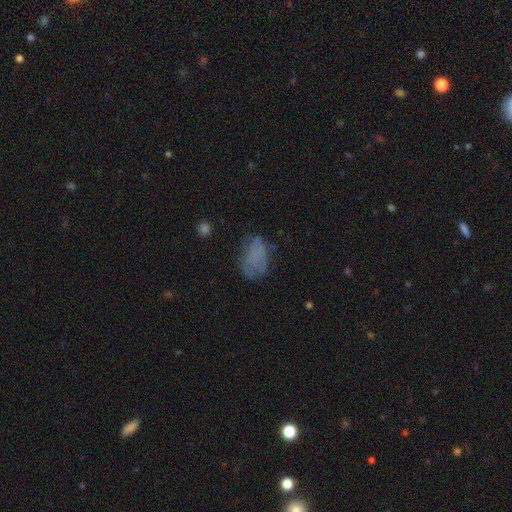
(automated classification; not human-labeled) Smooth or featured?
  - smooth: 63% *
  - featured or disk: 21%
  - star or artifact: 15%
How rounded?
  - in between: 86% *
  - round: 12%
  - cigar-shaped: 2%
Merging?
  - none: 50% *
  - minor disturbance: 27%
  - major disturbance: 20%
  - merger: 2%